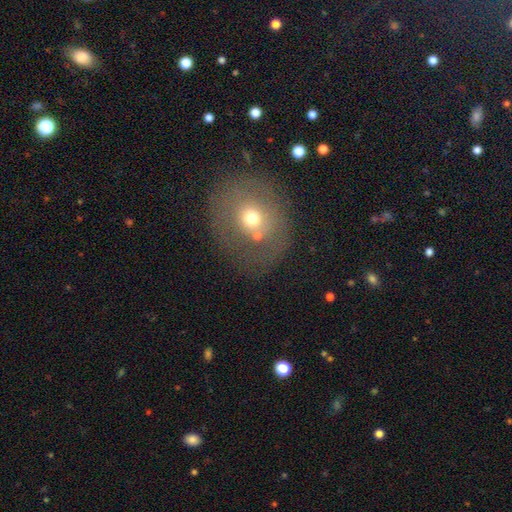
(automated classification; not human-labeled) Overall: smooth (56%; featured or disk 26%). How rounded: round (76%). Merging: none (64%).